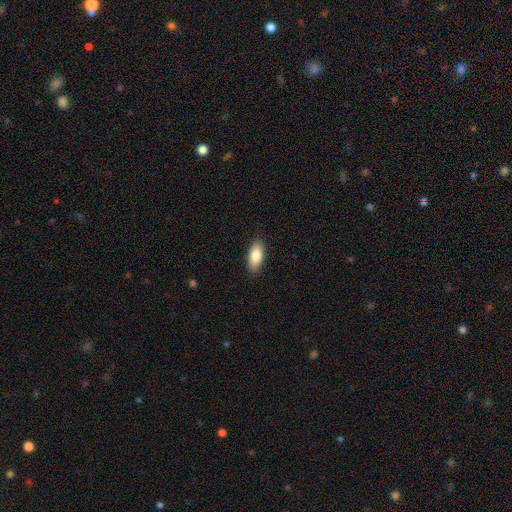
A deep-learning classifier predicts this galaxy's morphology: The model was most divided on "smooth or featured": smooth: 83%, featured or disk: 11%, star or artifact: 6%. More confident: merging — none (88%); how rounded — in between (86%).